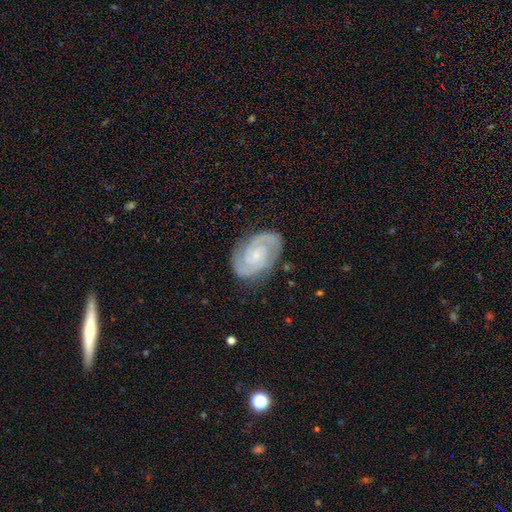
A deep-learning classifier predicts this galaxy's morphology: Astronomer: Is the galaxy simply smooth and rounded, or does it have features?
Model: featured or disk — 90%.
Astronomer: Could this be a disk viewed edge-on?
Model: no — 97%.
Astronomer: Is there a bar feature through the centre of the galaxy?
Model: no — 55% (runner-up: weak, 36%).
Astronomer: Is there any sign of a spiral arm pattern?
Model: yes — 98%.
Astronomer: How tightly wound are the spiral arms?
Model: tight — 59% (runner-up: medium, 36%).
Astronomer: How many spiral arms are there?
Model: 2 — 90%.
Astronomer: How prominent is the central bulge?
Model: small — 68%.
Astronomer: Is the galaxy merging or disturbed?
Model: none — 82%.